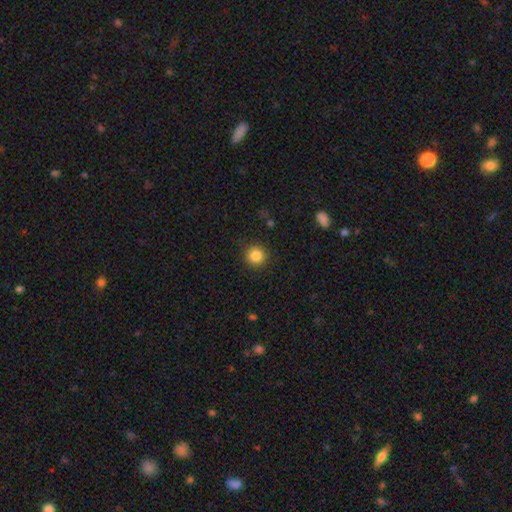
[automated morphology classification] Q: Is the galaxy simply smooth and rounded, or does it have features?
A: smooth — 85%.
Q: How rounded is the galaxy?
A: round — 93%.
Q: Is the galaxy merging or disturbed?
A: none — 90%.